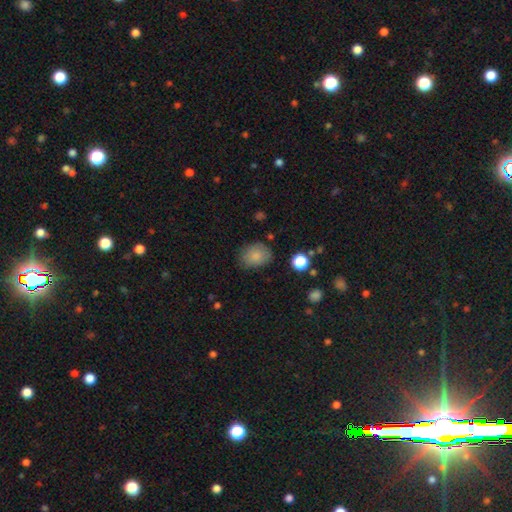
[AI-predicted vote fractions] The model was most divided on "how rounded": in between: 56%, round: 43%, cigar-shaped: 1%. More confident: smooth or featured — smooth (83%); merging — none (73%).